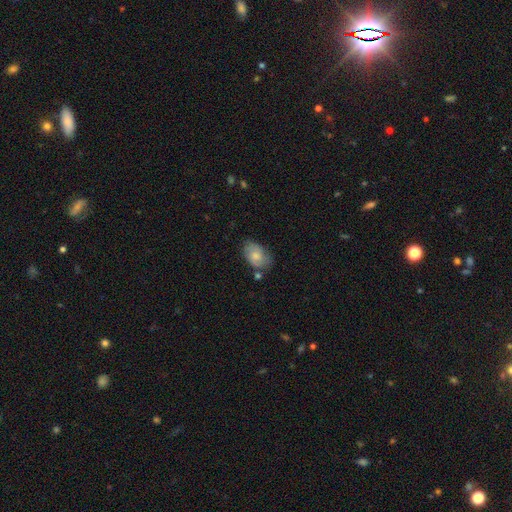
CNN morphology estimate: smooth 58%, featured or disk 34%, star or artifact 8%. Down the decision tree: how rounded — in between (86%); merging — none (64%).